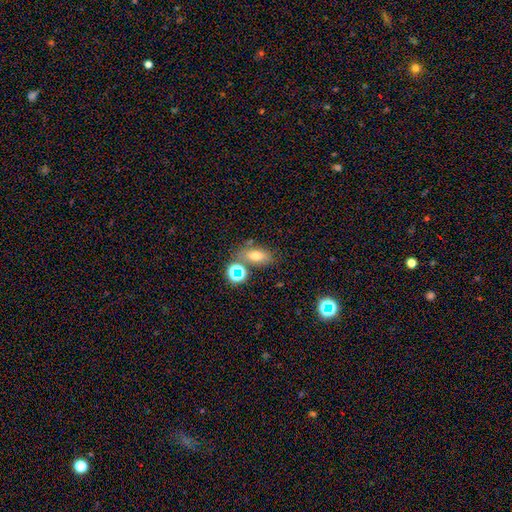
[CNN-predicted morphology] smooth-or-featured: smooth: 66% | star or artifact: 19% | featured or disk: 15%
  how-rounded: in between: 81% | round: 14% | cigar-shaped: 5%
  merging: none: 63% | merger: 17% | minor disturbance: 14% | major disturbance: 6%